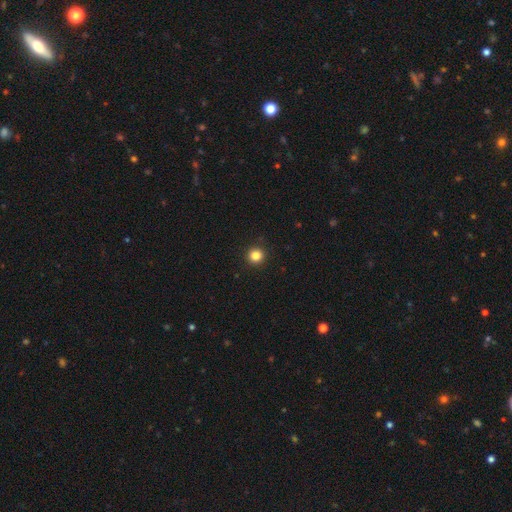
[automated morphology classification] Overall: smooth (84%). How rounded: round (95%). Merging: none (92%).